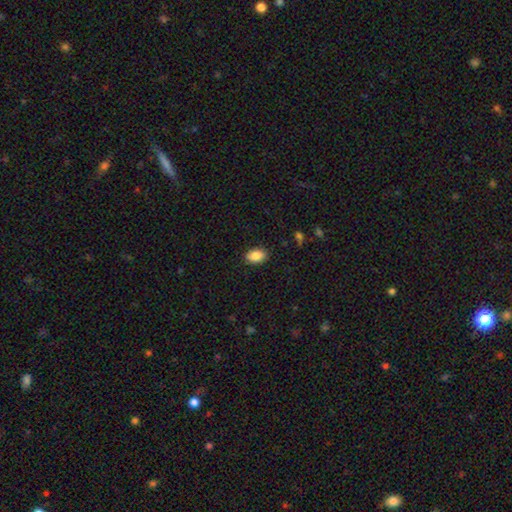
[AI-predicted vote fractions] smooth_or_featured: smooth (p=0.88) [alt: star or artifact p=0.08]
how_rounded: in between (p=0.90) [alt: round p=0.08]
merging: none (p=0.88) [alt: minor disturbance p=0.09]